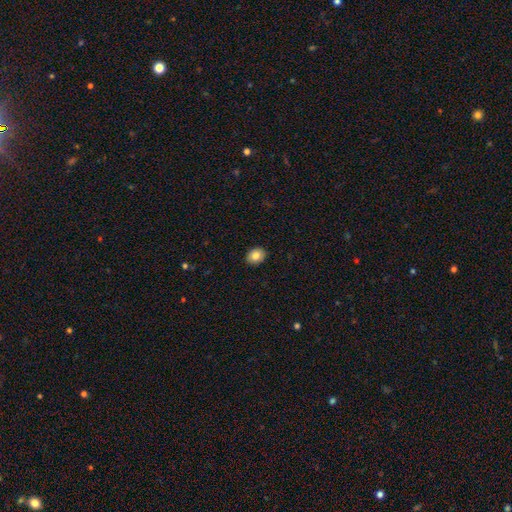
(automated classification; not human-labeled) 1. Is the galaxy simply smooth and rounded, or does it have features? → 82% smooth, 10% featured or disk, 8% star or artifact.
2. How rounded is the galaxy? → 62% in between, 37% round, 1% cigar-shaped.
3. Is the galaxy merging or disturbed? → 90% none, 7% minor disturbance, 2% major disturbance, 1% merger.